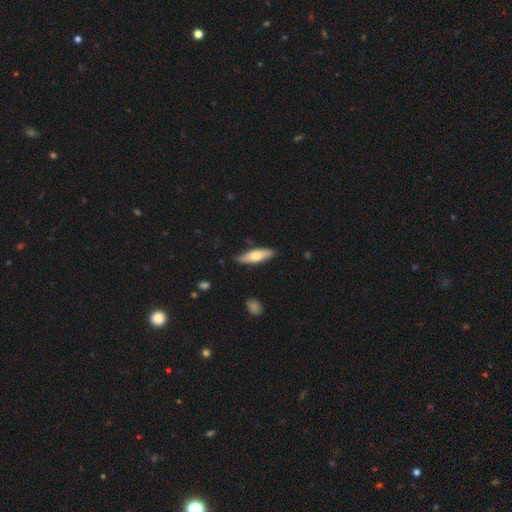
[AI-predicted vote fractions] This is likely a smooth galaxy (65%). How rounded: possibly cigar-shaped (55%). Merging: clearly none (82%).